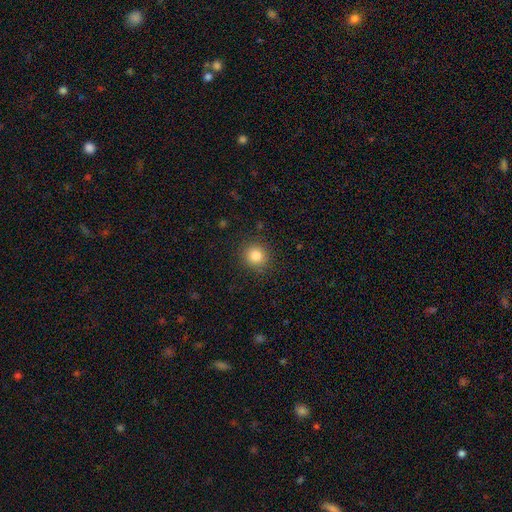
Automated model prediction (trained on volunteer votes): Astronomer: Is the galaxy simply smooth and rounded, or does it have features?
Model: smooth — 84%.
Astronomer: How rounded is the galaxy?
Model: round — 90%.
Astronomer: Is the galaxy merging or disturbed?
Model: none — 89%.